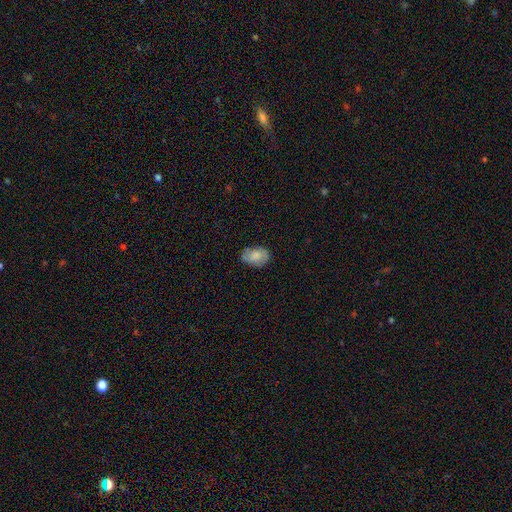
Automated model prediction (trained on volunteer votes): smooth_or_featured: smooth (p=0.76) [alt: featured or disk p=0.17]
how_rounded: in between (p=0.85) [alt: round p=0.14]
merging: none (p=0.73) [alt: minor disturbance p=0.21]